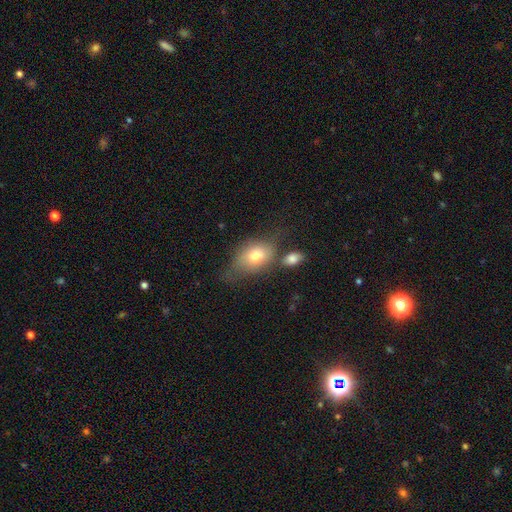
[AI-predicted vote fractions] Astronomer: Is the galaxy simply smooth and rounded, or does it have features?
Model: smooth — 72%.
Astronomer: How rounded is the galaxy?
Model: in between — 78%.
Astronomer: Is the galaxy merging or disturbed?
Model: none — 45% (runner-up: minor disturbance, 24%).